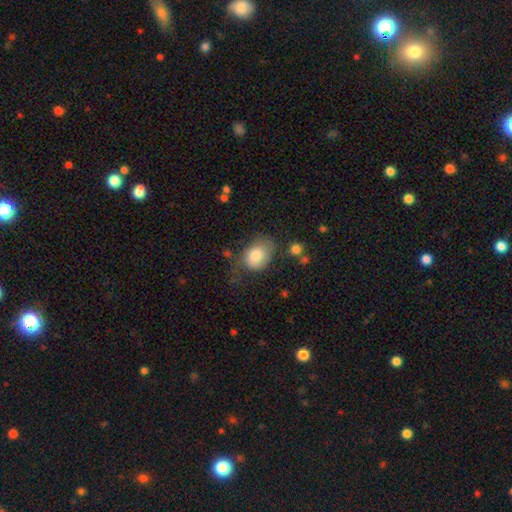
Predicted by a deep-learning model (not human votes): Q: Smooth or featured?
A: smooth (76%); runner-up: featured or disk (16%)
Q: How rounded?
A: in between (68%); runner-up: round (31%)
Q: Merging?
A: none (46%); runner-up: minor disturbance (32%)